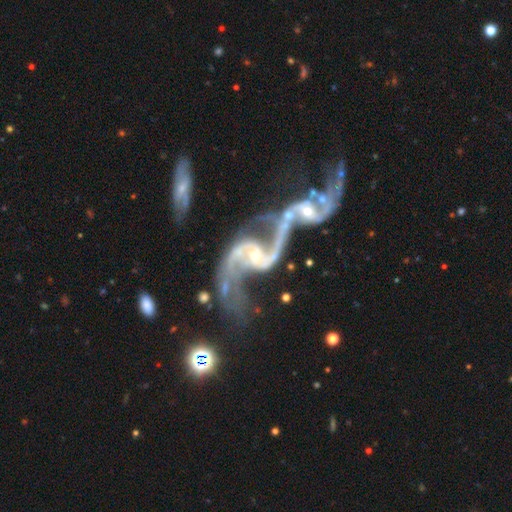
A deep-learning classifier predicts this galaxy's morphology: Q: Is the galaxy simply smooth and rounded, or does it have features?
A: featured or disk — 91%.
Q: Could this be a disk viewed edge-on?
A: no — 98%.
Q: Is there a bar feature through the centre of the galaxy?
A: no — 43%.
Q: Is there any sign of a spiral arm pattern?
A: yes — 96%.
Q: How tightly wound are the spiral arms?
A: loose — 67%.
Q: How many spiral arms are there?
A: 2 — 91%.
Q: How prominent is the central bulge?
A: small — 53%.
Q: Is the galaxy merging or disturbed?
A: merger — 65%.